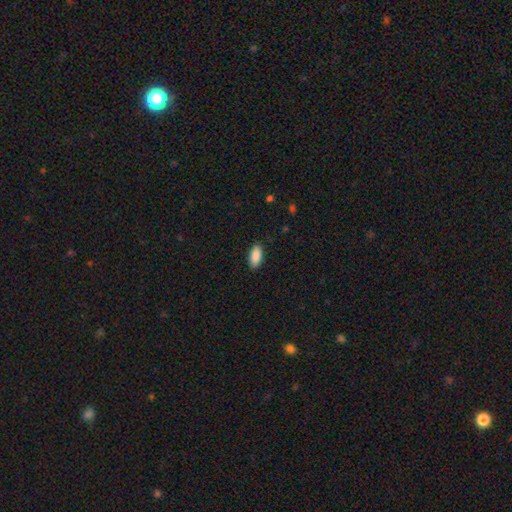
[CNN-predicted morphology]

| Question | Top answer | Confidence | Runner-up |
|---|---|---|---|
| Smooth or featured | smooth | 90% | star or artifact (6%) |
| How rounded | in between | 87% | cigar-shaped (11%) |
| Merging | none | 89% | minor disturbance (8%) |